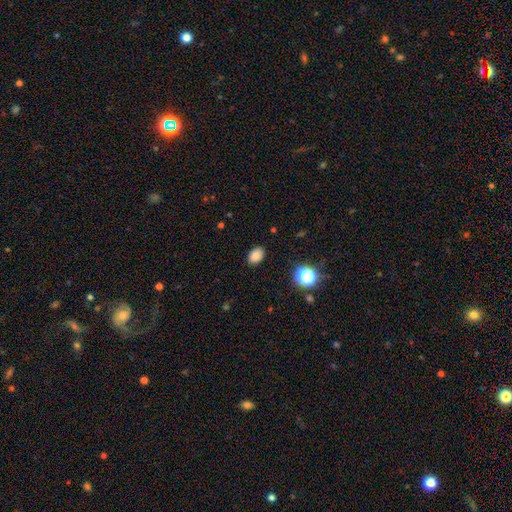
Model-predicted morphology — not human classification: The model was most divided on "how rounded": in between: 76%, round: 23%, cigar-shaped: 1%. More confident: merging — none (87%); smooth or featured — smooth (84%).